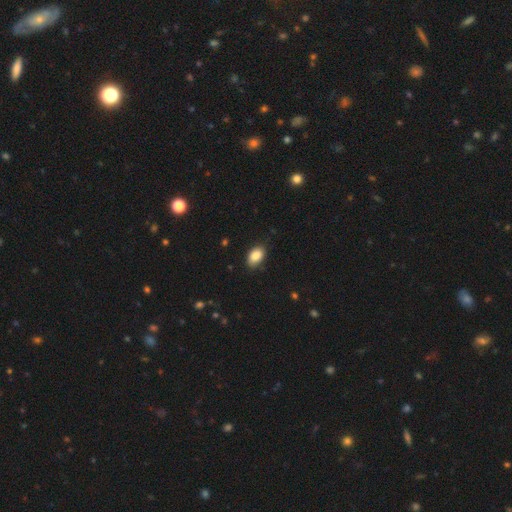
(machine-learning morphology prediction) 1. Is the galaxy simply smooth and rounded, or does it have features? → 88% smooth, 7% star or artifact, 5% featured or disk.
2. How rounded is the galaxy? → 90% in between, 9% round, 1% cigar-shaped.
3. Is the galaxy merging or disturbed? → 81% none, 15% minor disturbance, 3% major disturbance, 1% merger.